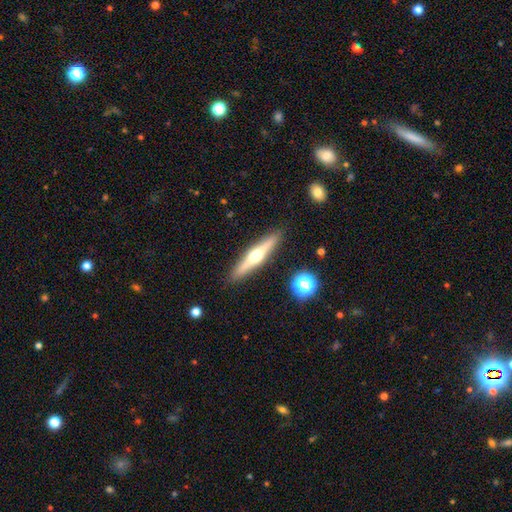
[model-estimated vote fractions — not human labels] This appears to be a featured or disk galaxy (67%) viewed edge-on (97%) with a rounded central bulge (94%). Merging: none (91%).